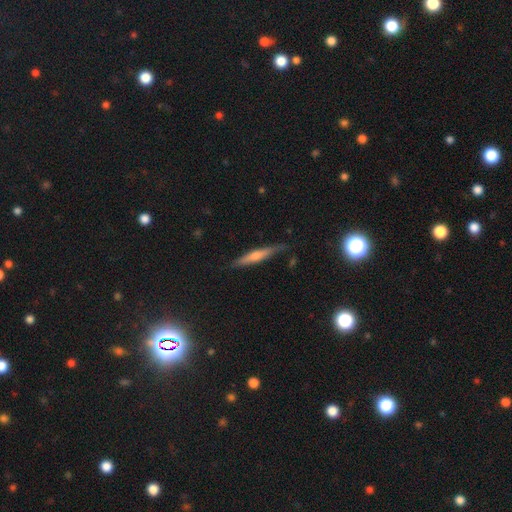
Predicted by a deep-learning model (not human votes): This appears to be a featured or disk galaxy (59%) viewed edge-on (96%) with a rounded central bulge (75%). Merging: none (84%).